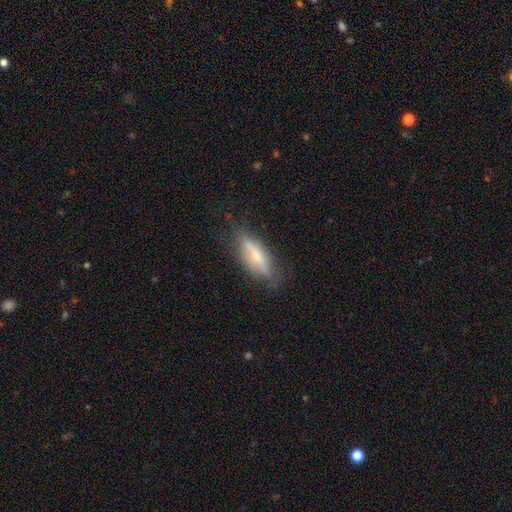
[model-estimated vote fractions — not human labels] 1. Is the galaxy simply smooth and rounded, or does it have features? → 48% featured or disk, 44% smooth, 8% star or artifact.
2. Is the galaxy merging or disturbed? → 72% none, 21% minor disturbance, 6% major disturbance, 2% merger.